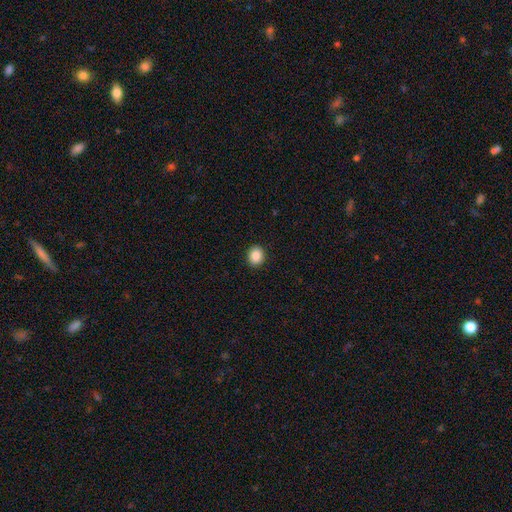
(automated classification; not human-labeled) Smooth or featured: smooth — 88% (star or artifact — 9%)
How rounded: round — 67% (in between — 32%)
Merging: none — 92% (minor disturbance — 6%)